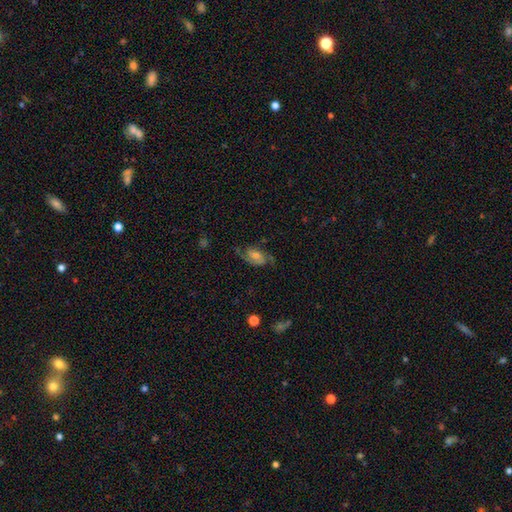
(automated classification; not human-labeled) Overall: featured or disk (73%). Edge-on disk: no (96%). Bar: no (46%; weak 42%). Spiral arms: yes (94%). Spiral arm count: 2 (87%). Spiral winding: medium (50%; tight 25%). Bulge size: moderate (45%; small 36%). Merging: none (72%).